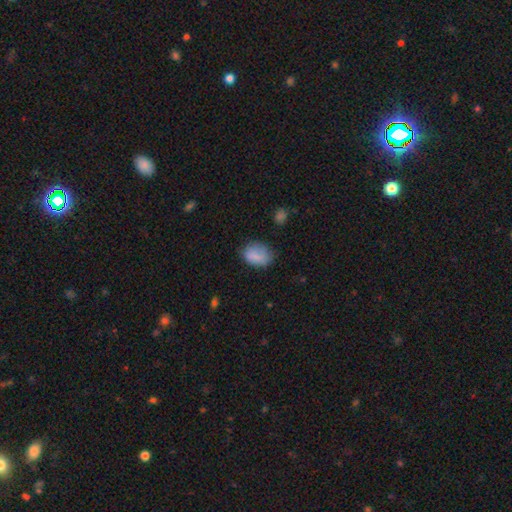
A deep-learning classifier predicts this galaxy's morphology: Smooth or featured: smooth — 82% (featured or disk — 9%)
How rounded: in between — 78% (round — 21%)
Merging: none — 65% (minor disturbance — 25%)